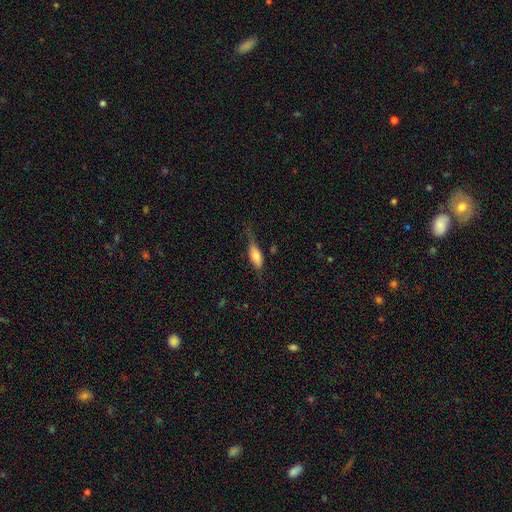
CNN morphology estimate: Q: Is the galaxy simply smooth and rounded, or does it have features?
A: smooth — 68%.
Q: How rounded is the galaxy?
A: in between — 70%.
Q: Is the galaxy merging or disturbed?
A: none — 50%.